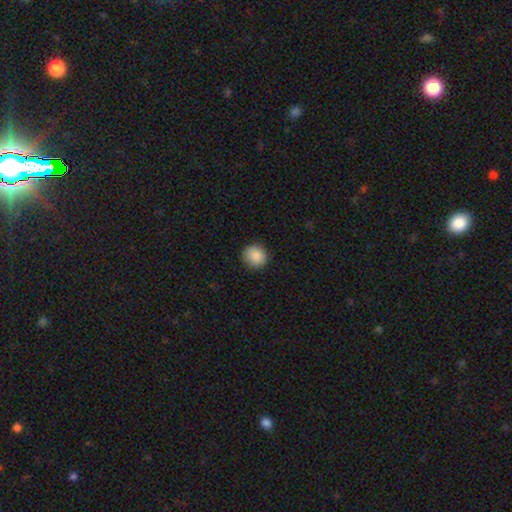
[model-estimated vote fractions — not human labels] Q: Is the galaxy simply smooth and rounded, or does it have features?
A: smooth — 88%.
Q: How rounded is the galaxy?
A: round — 88%.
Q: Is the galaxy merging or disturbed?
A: none — 89%.